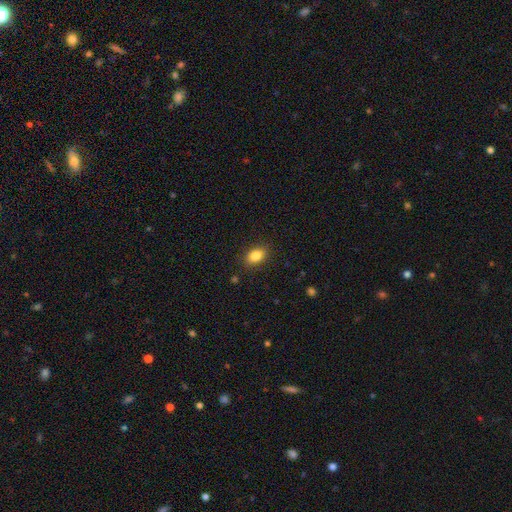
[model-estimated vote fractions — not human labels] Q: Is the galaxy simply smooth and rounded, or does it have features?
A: smooth — 86%.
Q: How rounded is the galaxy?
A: in between — 83%.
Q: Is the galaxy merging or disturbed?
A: none — 87%.